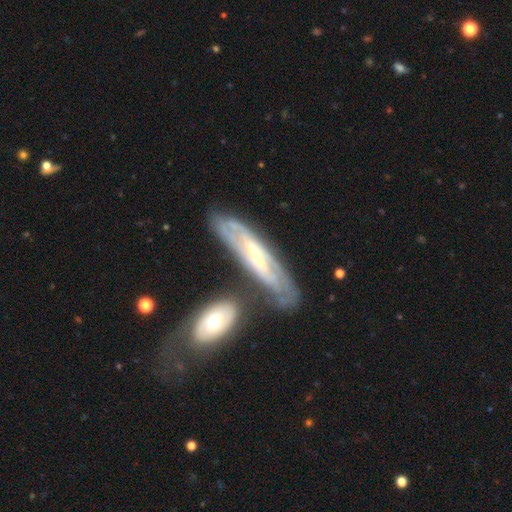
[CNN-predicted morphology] featured or disk 75%, smooth 19%, star or artifact 6%. Down the decision tree: edge-on disk — no (66%); merging — none (63%).